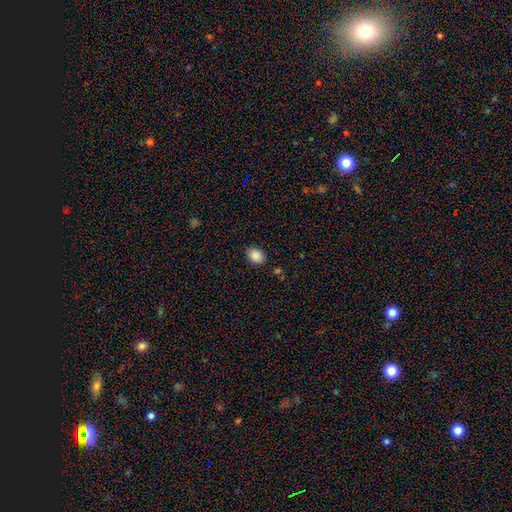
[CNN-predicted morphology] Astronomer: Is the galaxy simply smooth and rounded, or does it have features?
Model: smooth — 88%.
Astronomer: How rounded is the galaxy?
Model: in between — 66%.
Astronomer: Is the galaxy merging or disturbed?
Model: none — 84%.